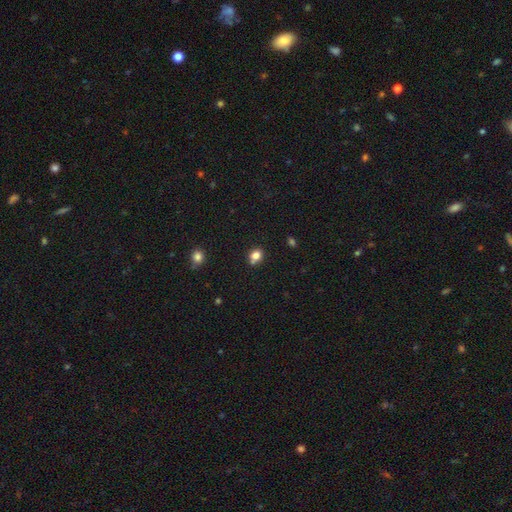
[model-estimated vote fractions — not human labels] smooth 80%, star or artifact 13%, featured or disk 8%. Down the decision tree: how rounded — round (68%); merging — none (62%).